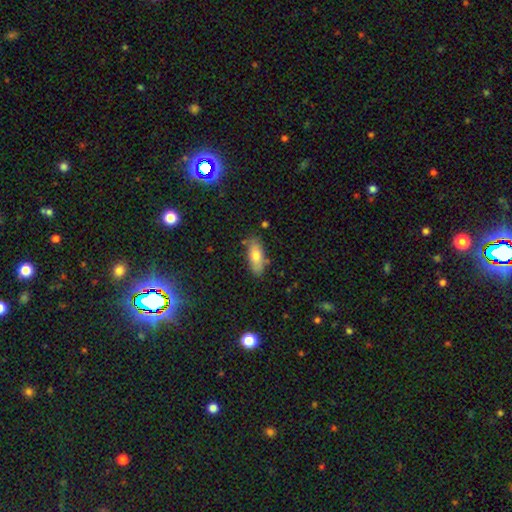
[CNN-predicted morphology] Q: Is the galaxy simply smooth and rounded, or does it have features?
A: smooth — 75%.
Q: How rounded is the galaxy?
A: in between — 76%.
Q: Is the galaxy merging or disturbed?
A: none — 79%.